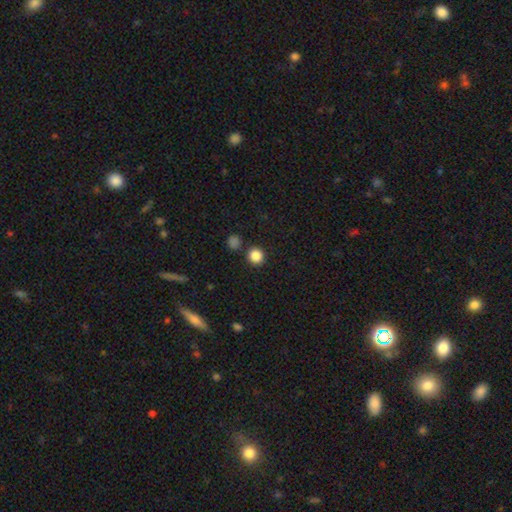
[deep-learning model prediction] A smooth galaxy with no disk features (86%) that is round (91%).

Vote fractions:
- Smooth or featured? smooth: 86% / star or artifact: 11% / featured or disk: 3%
- How rounded? round: 91% / in between: 8% / cigar-shaped: 1%
- Merging? none: 85% / minor disturbance: 6% / merger: 6% / major disturbance: 2%